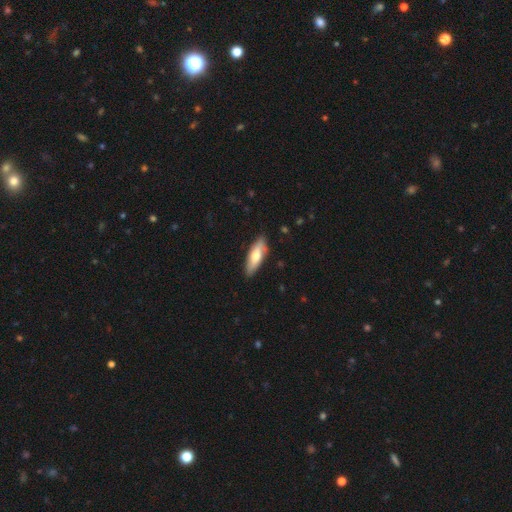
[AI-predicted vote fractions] The model was most divided on "how rounded": in between: 62%, cigar-shaped: 36%, round: 2%. More confident: merging — none (83%); smooth or featured — smooth (64%).